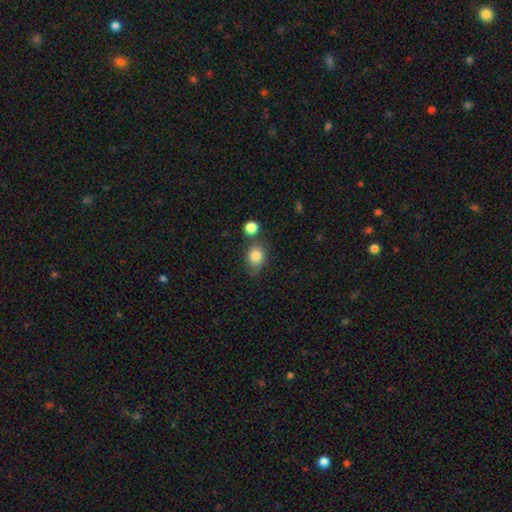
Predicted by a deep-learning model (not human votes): A smooth galaxy with no disk features (82%) that is round (64%).

Vote fractions:
- Smooth or featured? smooth: 82% / star or artifact: 10% / featured or disk: 8%
- How rounded? round: 64% / in between: 35% / cigar-shaped: 1%
- Merging? none: 57% / minor disturbance: 20% / merger: 16% / major disturbance: 6%